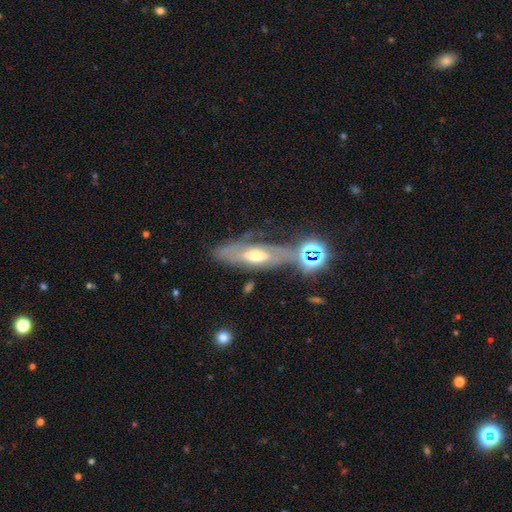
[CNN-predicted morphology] Smooth or featured?
  - featured or disk: 65% *
  - smooth: 22%
  - star or artifact: 13%
Edge-on disk?
  - no: 71% *
  - yes: 29%
Merging?
  - none: 58% *
  - minor disturbance: 22%
  - major disturbance: 11%
  - merger: 9%